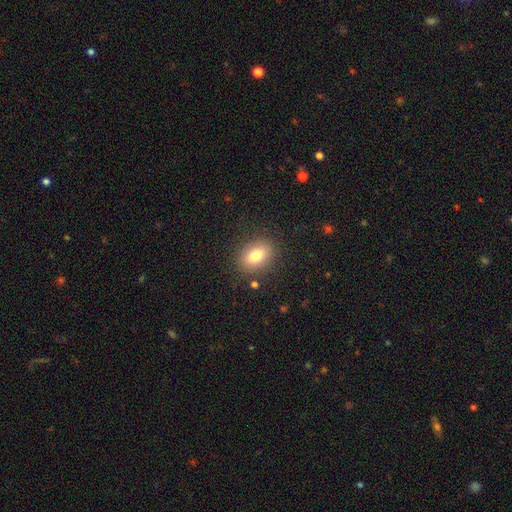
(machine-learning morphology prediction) This appears to be a smooth galaxy with no disk features (78%) that is in between round and cigar-shaped (71%). Merging: none (85%).